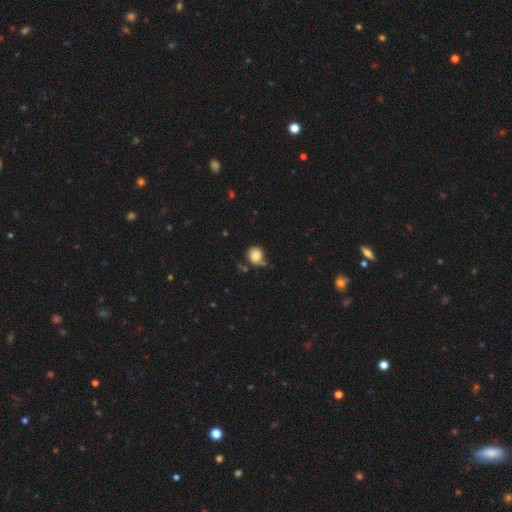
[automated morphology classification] This is clearly a smooth galaxy (83%). How rounded: likely round (80%). Merging: likely none (62%).